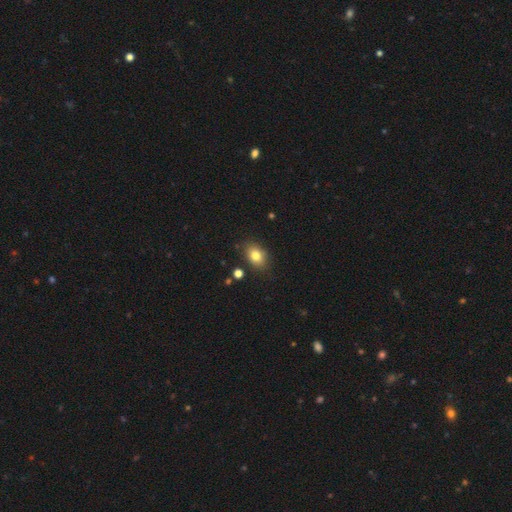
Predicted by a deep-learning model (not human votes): Smooth or featured? smooth (80%)
How rounded? in between (72%)
Merging? none (83%)